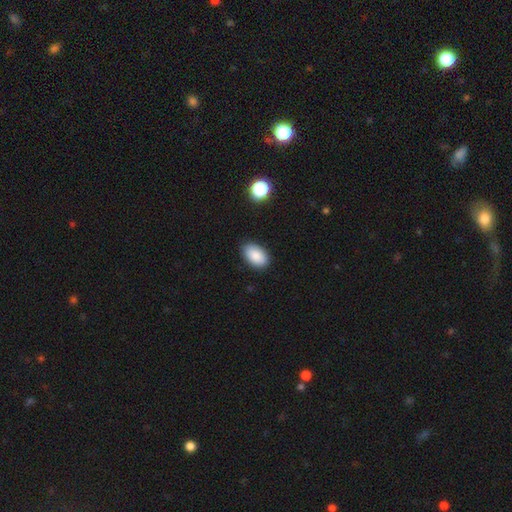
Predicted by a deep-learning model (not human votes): smooth_or_featured: smooth (p=0.88) [alt: star or artifact p=0.07]
how_rounded: in between (p=0.94) [alt: round p=0.05]
merging: none (p=0.87) [alt: minor disturbance p=0.10]